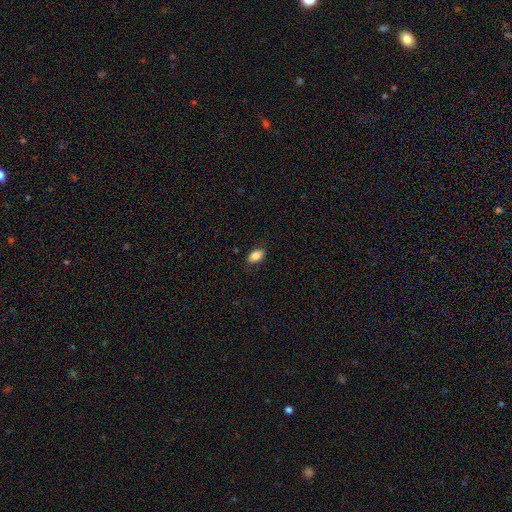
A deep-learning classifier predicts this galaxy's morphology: This is clearly a smooth galaxy (84%). How rounded: clearly in between (91%). Merging: clearly none (84%).